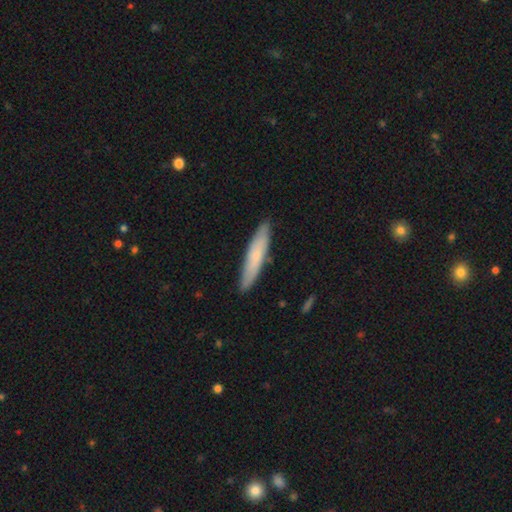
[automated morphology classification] smooth-or-featured: smooth: 67% | featured or disk: 27% | star or artifact: 5%
  how-rounded: cigar-shaped: 88% | in between: 10% | round: 1%
  merging: none: 88% | minor disturbance: 9% | major disturbance: 2% | merger: 1%